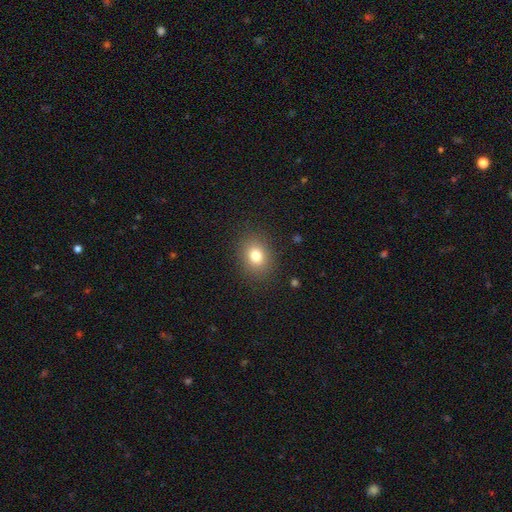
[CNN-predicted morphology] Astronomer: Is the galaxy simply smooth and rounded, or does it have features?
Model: smooth — 79%.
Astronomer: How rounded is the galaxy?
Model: round — 51% (runner-up: in between, 48%).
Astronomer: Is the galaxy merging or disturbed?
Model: none — 87%.